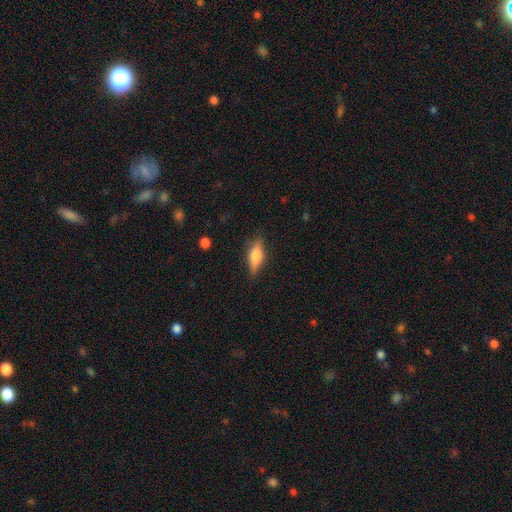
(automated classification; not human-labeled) Smooth or featured? smooth (52%)
How rounded? in between (54%)
Merging? none (81%)